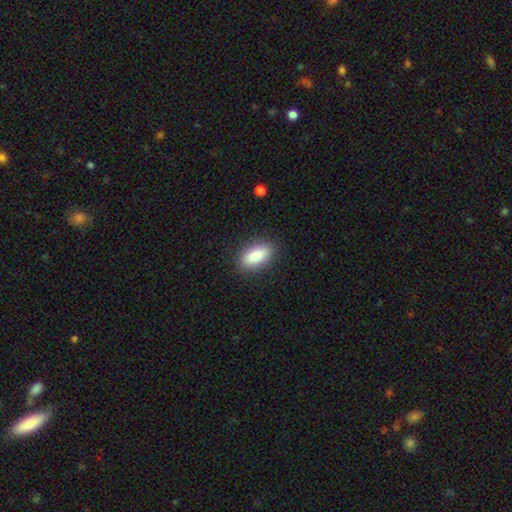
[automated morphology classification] Smooth or featured?
  - smooth: 84% *
  - featured or disk: 9%
  - star or artifact: 7%
How rounded?
  - in between: 86% *
  - cigar-shaped: 10%
  - round: 4%
Merging?
  - none: 87% *
  - minor disturbance: 9%
  - major disturbance: 3%
  - merger: 1%